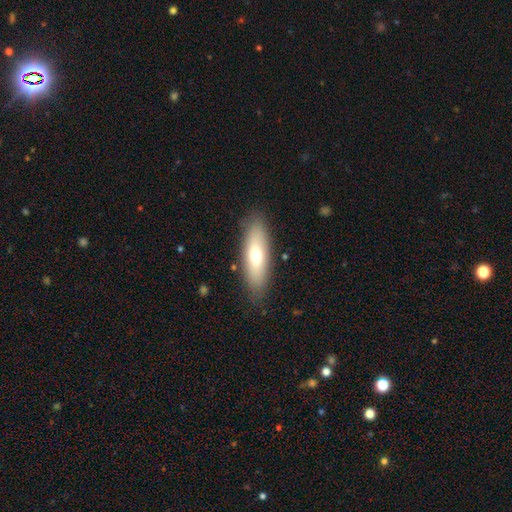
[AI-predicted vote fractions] smooth 64%, featured or disk 29%, star or artifact 7%. Down the decision tree: how rounded — in between (54%); merging — none (86%).